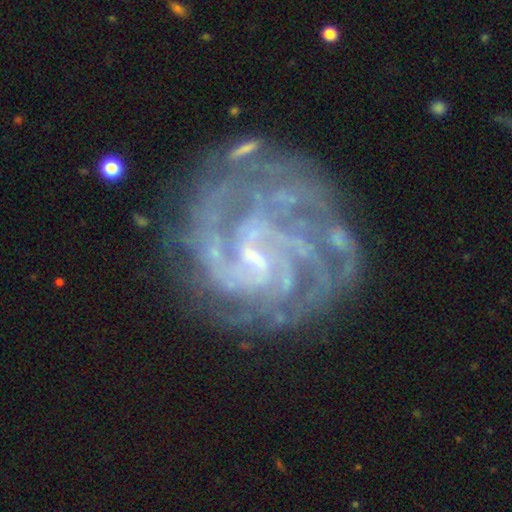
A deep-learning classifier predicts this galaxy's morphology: type=featured or disk (88%); edge-on=no (98%); bar=weak (51%); spiral arms=yes (96%); winding=tight (64%); arm count=can't tell (29%); bulge=small (60%); merging=none (67%).